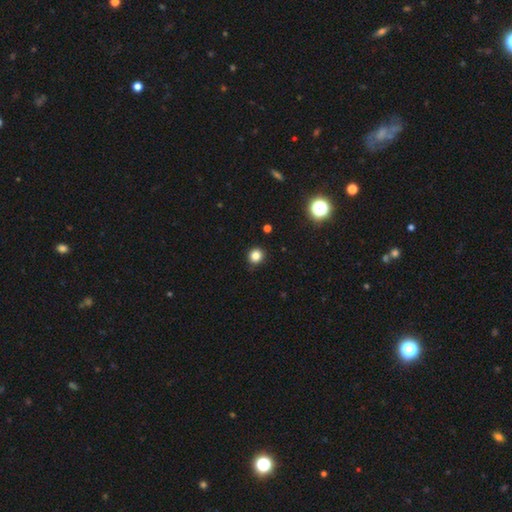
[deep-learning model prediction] Smooth or featured? smooth (82%)
How rounded? round (88%)
Merging? none (89%)